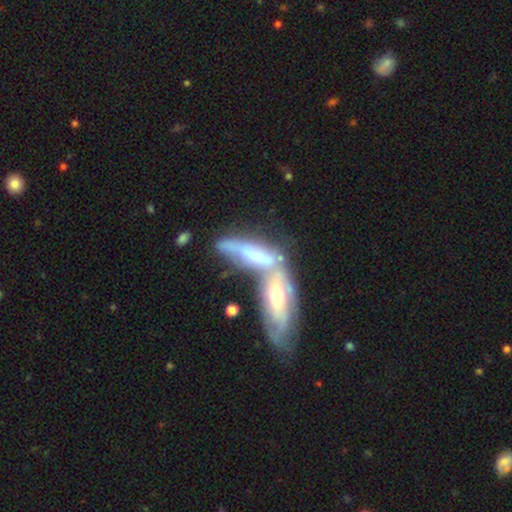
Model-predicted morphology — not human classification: Q: Smooth or featured?
A: featured or disk (52%); runner-up: smooth (41%)
Q: Edge-on disk?
A: no (59%); runner-up: yes (41%)
Q: Merging?
A: merger (66%); runner-up: none (17%)